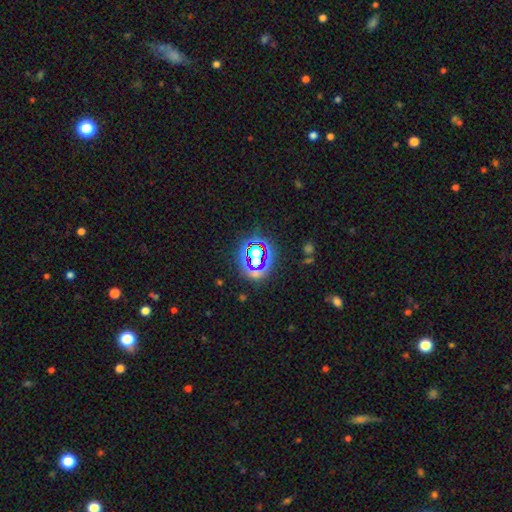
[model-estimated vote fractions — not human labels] This is possibly a star or artifact rather than a galaxy (56%).